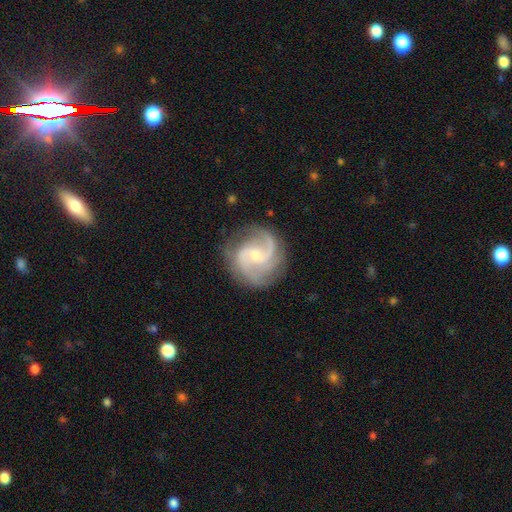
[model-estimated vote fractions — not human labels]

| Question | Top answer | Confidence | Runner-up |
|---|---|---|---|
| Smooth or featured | featured or disk | 89% | smooth (6%) |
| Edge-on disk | no | 98% | yes (2%) |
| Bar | no | 48% | weak (42%) |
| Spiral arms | yes | 98% | no (2%) |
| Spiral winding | medium | 53% | loose (25%) |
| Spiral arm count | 2 | 65% | 3 (19%) |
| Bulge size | small | 69% | moderate (25%) |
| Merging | none | 79% | minor disturbance (14%) |